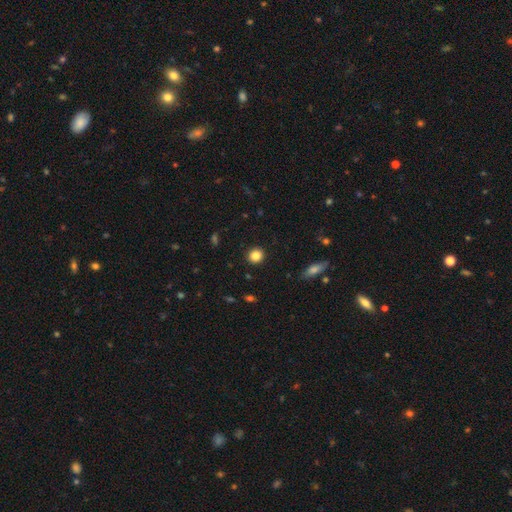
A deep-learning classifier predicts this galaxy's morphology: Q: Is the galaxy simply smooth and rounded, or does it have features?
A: smooth — 85%.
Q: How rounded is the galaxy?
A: round — 90%.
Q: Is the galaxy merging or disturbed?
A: none — 92%.